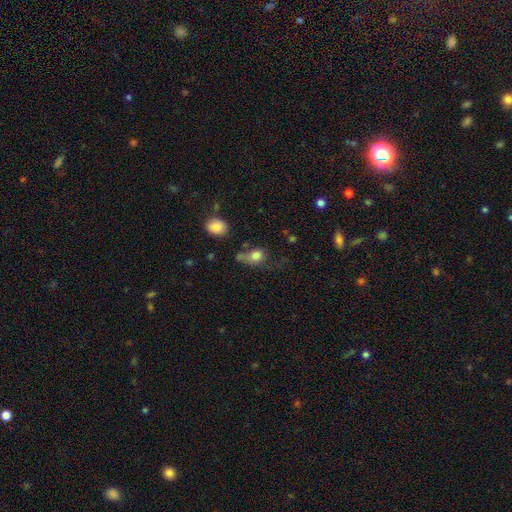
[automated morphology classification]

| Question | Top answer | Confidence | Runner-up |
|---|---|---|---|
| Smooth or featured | smooth | 77% | featured or disk (12%) |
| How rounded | in between | 50% | round (47%) |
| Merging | none | 37% | minor disturbance (27%) |